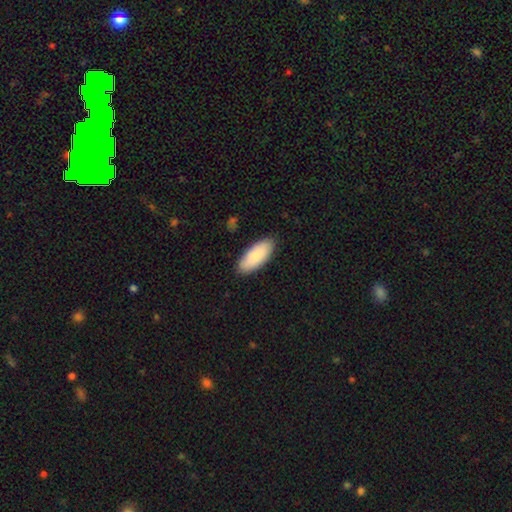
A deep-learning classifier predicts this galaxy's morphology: A smooth galaxy with no disk features (86%) that is in between round and cigar-shaped (86%). Merging: none (87%).